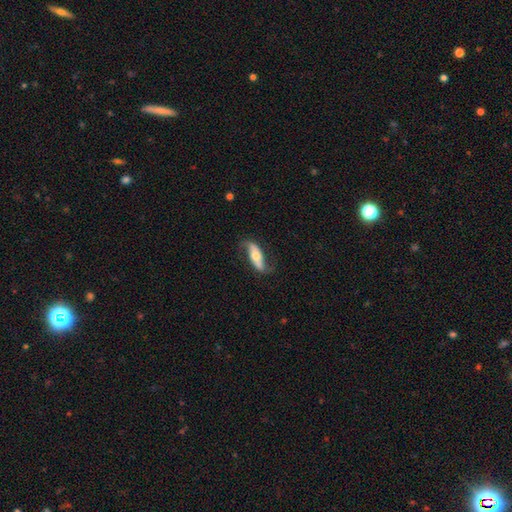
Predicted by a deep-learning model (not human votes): smooth-or-featured: featured or disk: 71% | smooth: 23% | star or artifact: 6%
  disk-edge-on: no: 84% | yes: 16%
    bar: no: 43% | strong: 34% | weak: 23%
    has-spiral-arms: yes: 90% | no: 10%
      spiral-winding: loose: 72% | medium: 19% | tight: 8%
      spiral-arm-count: 2: 90% | can't tell: 4% | 1: 3% | 3: 1% | more than 4: 1% | 4: 1%
    bulge-size: moderate: 58% | small: 30% | large: 7% | none: 2% | dominant: 2%
  merging: none: 72% | minor disturbance: 18% | major disturbance: 8% | merger: 2%